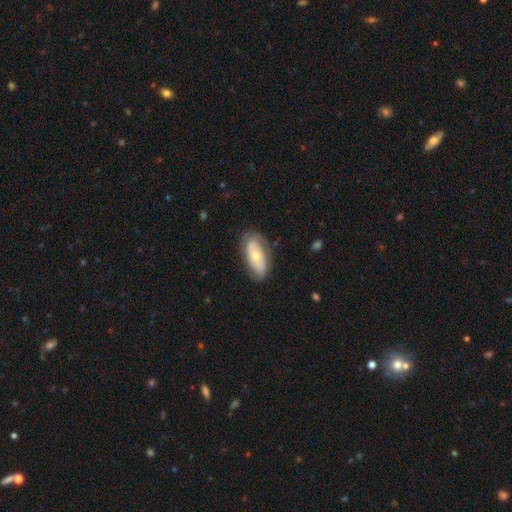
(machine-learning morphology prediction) Smooth or featured? Predicted: featured or disk (p=0.51). Edge-on disk? Predicted: no (p=0.89). Merging? Predicted: none (p=0.73).